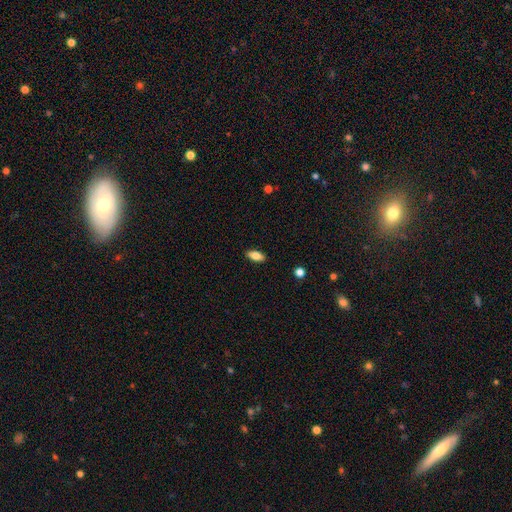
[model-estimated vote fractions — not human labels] Smooth or featured? smooth (80%)
How rounded? in between (86%)
Merging? none (89%)